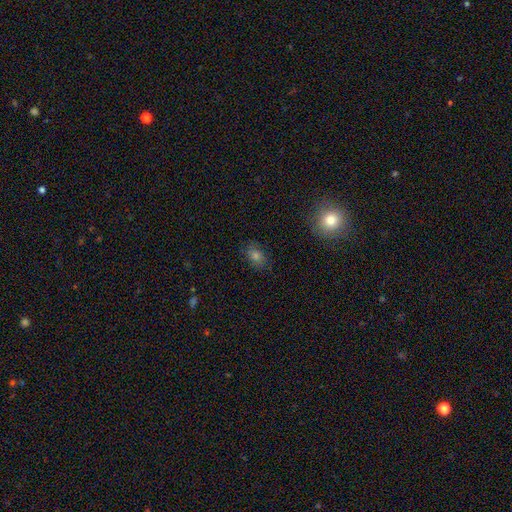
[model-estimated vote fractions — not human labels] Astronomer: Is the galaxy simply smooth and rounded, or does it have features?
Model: smooth — 63%.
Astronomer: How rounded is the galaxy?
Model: in between — 68%.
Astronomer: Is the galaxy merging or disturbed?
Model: none — 83%.